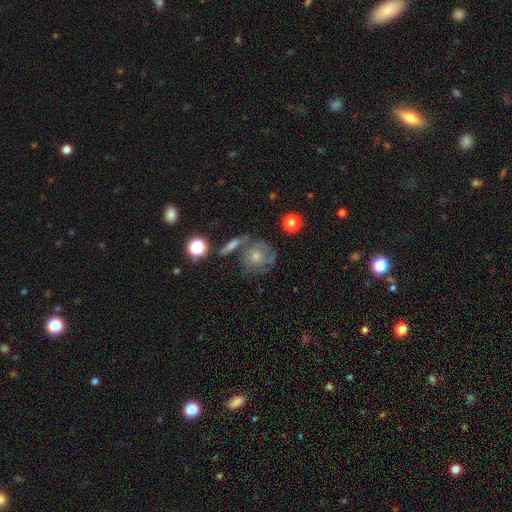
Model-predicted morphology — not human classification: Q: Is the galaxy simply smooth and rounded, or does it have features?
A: smooth — 47%.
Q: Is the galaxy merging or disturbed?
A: none — 53%.